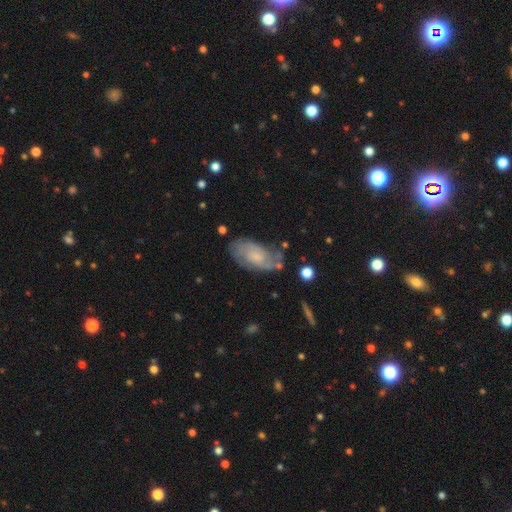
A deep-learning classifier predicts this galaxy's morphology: This appears to be a featured or disk galaxy (66%) with no bar (65%), 2 (56%) tight (44%) spiral arms (87%) and a small central bulge (44%). Merging: none (64%).